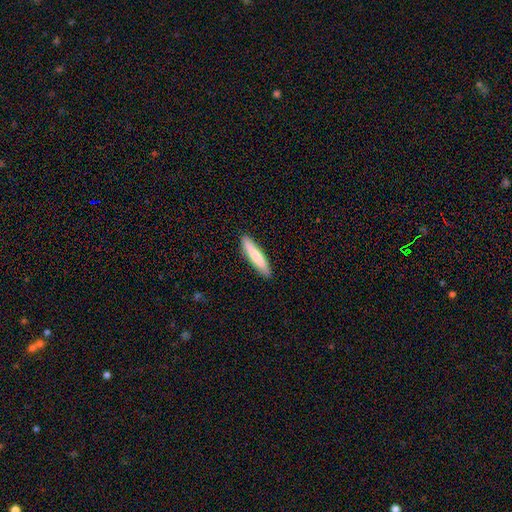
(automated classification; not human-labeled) A smooth galaxy with no disk features (75%) that is cigar-shaped (88%).

Vote fractions:
- Smooth or featured? smooth: 75% / featured or disk: 20% / star or artifact: 5%
- How rounded? cigar-shaped: 88% / in between: 11% / round: 1%
- Merging? none: 90% / minor disturbance: 8% / major disturbance: 1% / merger: 1%